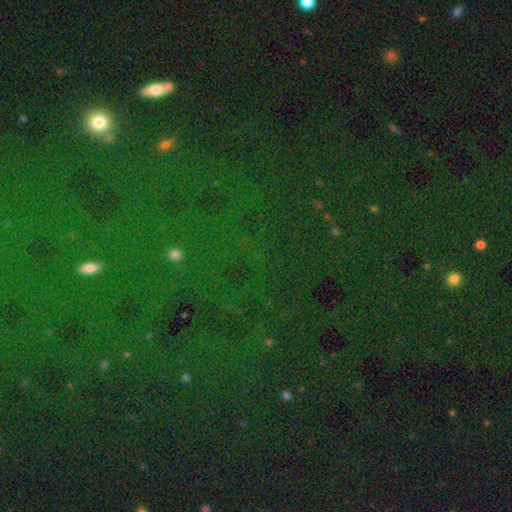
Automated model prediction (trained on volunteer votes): Morphology: type=star or artifact (81%).